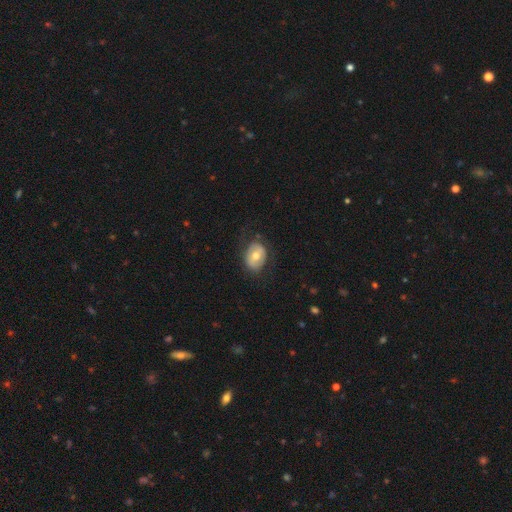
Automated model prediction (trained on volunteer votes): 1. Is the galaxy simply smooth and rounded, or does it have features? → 56% smooth, 37% featured or disk, 7% star or artifact.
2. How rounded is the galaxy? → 69% in between, 30% round, 1% cigar-shaped.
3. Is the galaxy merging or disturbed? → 73% none, 17% minor disturbance, 9% major disturbance, 1% merger.